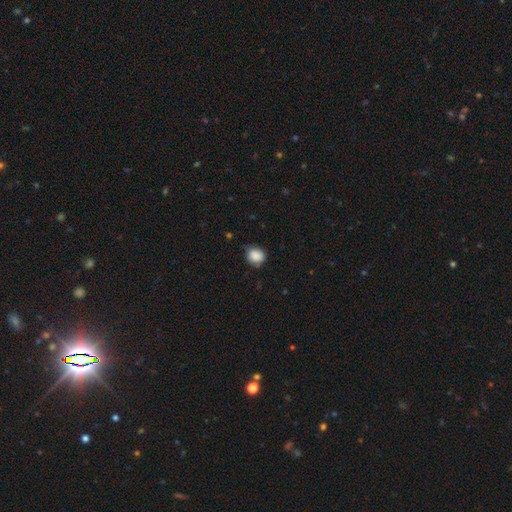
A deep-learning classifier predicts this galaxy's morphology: The model was most divided on "how rounded": round: 67%, in between: 32%, cigar-shaped: 1%. More confident: smooth or featured — smooth (84%); merging — none (64%).